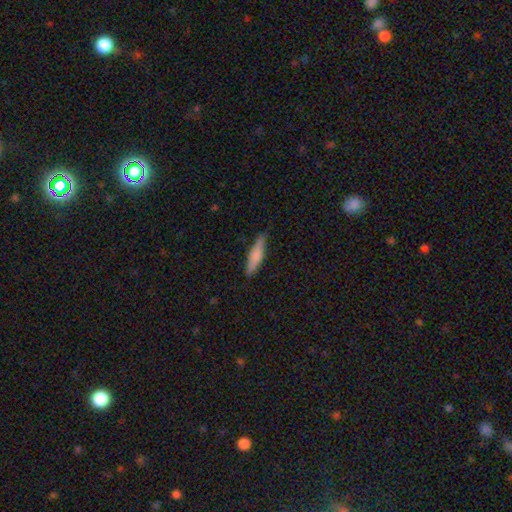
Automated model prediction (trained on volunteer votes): Smooth or featured? Predicted: smooth (p=0.70). How rounded? Predicted: cigar-shaped (p=0.77). Merging? Predicted: none (p=0.83).